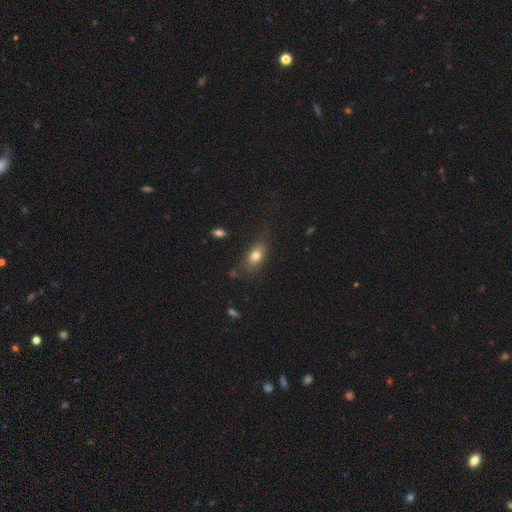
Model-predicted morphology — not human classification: smooth_or_featured: smooth (p=0.75) [alt: featured or disk p=0.15]
how_rounded: in between (p=0.78) [alt: round p=0.13]
merging: none (p=0.71) [alt: minor disturbance p=0.20]